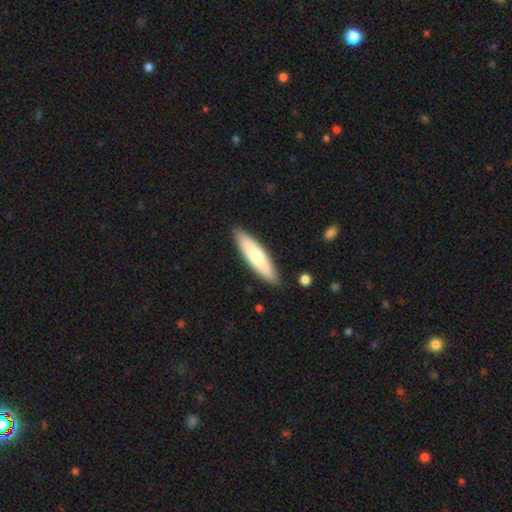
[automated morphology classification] Smooth or featured?
  - smooth: 69% *
  - featured or disk: 26%
  - star or artifact: 5%
How rounded?
  - cigar-shaped: 74% *
  - in between: 25%
  - round: 1%
Merging?
  - none: 90% *
  - minor disturbance: 8%
  - major disturbance: 1%
  - merger: 1%